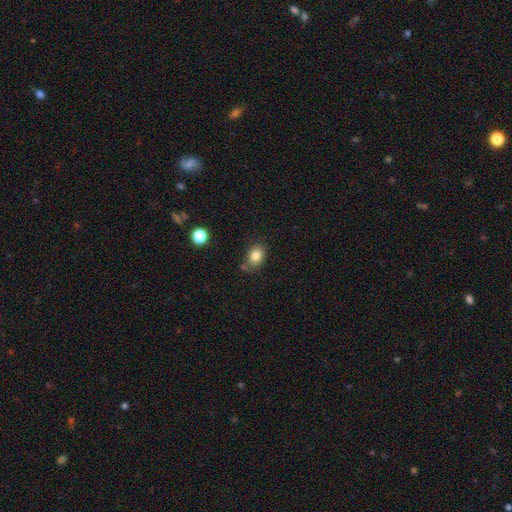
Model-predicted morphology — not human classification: type=smooth (81%); roundness=in between (68%); merging=none (71%).